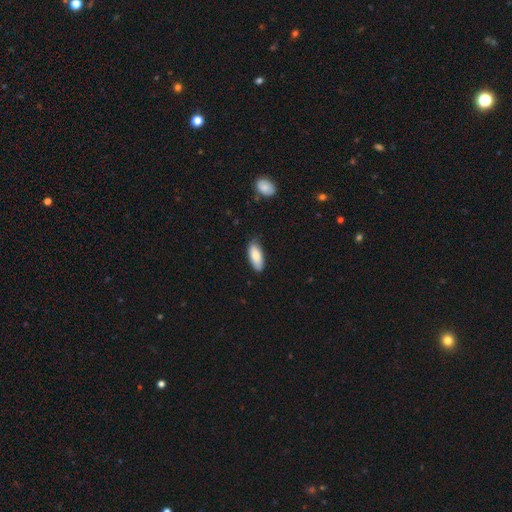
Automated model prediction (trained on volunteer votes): Q: Smooth or featured?
A: smooth (82%); runner-up: featured or disk (12%)
Q: How rounded?
A: in between (82%); runner-up: cigar-shaped (16%)
Q: Merging?
A: none (78%); runner-up: minor disturbance (18%)